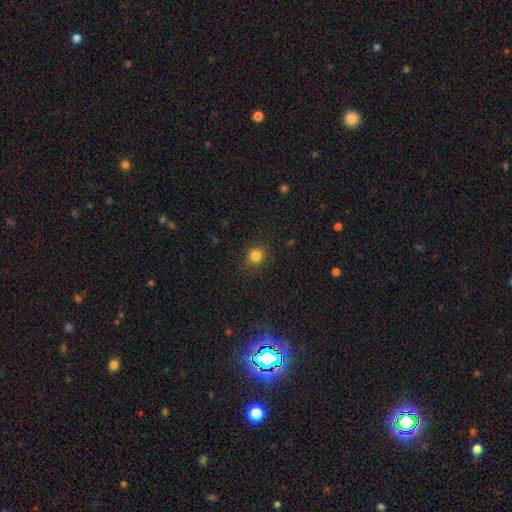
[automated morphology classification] This appears to be a smooth galaxy with no disk features (83%) that is round (86%). Merging: none (88%).